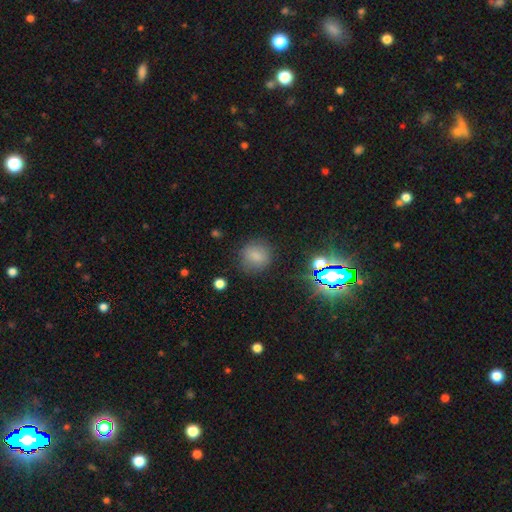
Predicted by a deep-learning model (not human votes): Smooth or featured: smooth — 76% (star or artifact — 17%)
How rounded: round — 82% (in between — 16%)
Merging: none — 80% (minor disturbance — 13%)